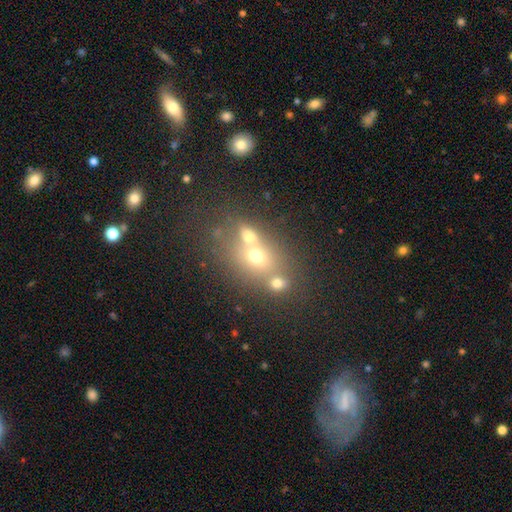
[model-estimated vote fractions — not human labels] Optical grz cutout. It shows a smooth galaxy with no disk features (49%). Merging: merger (44%).